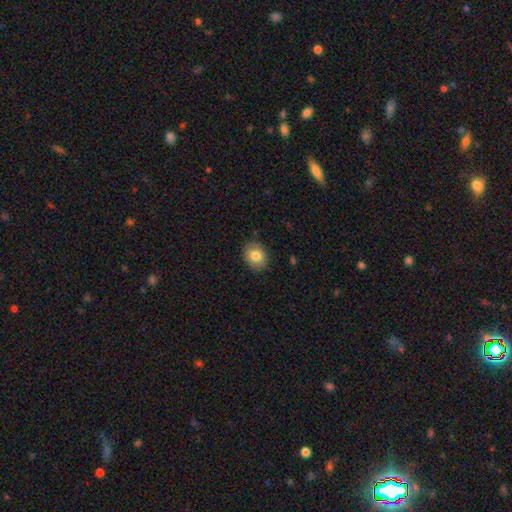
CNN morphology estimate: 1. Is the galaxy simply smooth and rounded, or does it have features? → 81% smooth, 10% featured or disk, 8% star or artifact.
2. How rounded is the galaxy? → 52% round, 47% in between, 1% cigar-shaped.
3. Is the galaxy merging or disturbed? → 85% none, 11% minor disturbance, 2% major disturbance, 1% merger.